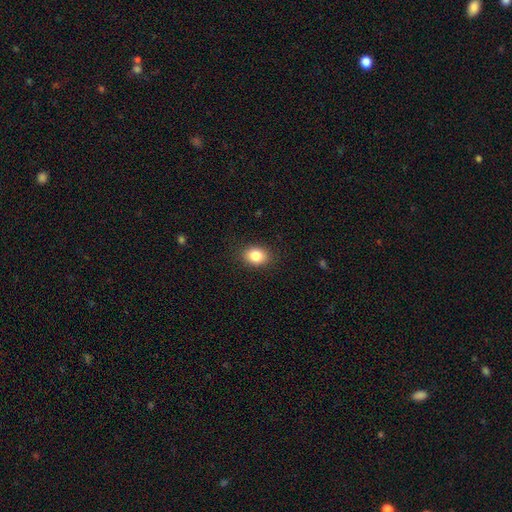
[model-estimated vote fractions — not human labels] smooth 85%, star or artifact 9%, featured or disk 6%. Down the decision tree: how rounded — in between (65%); merging — none (87%).